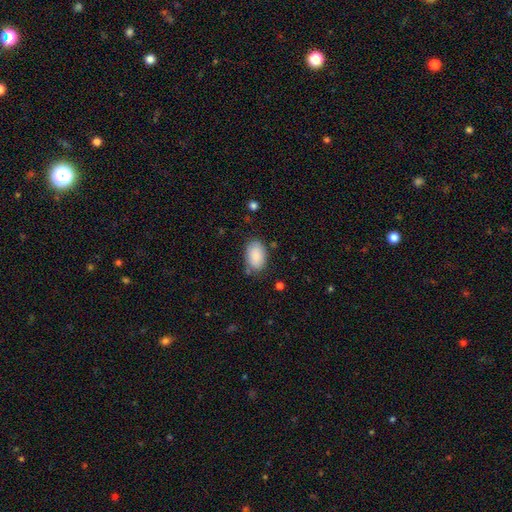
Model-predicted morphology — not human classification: This is clearly a smooth galaxy (88%). How rounded: clearly in between (92%). Merging: likely none (77%).